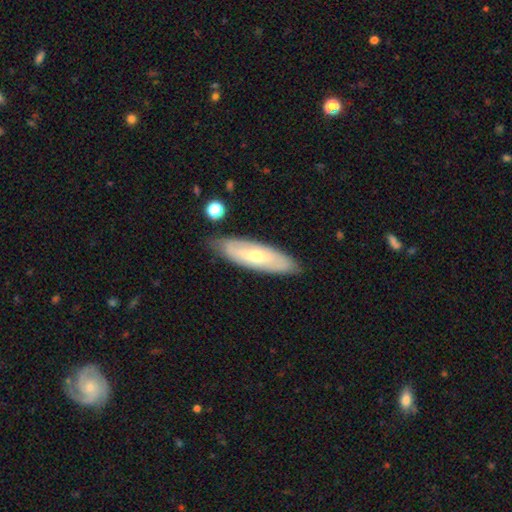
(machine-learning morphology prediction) Smooth or featured: featured or disk — 52% (smooth — 42%)
Edge-on disk: no — 69% (yes — 31%)
Merging: none — 80% (minor disturbance — 15%)